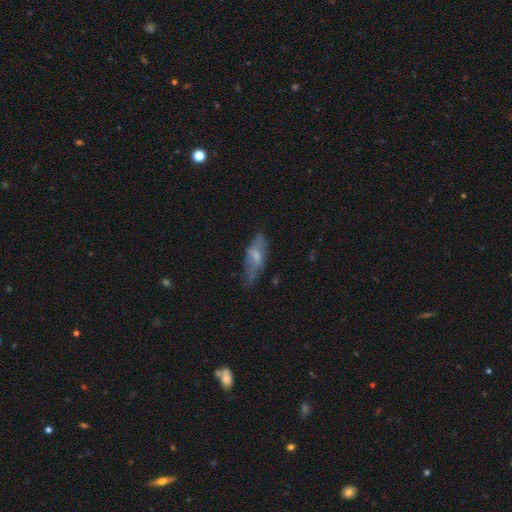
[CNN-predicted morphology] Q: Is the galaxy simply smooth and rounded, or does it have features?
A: smooth — 49%.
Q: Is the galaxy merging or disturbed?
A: none — 53%.